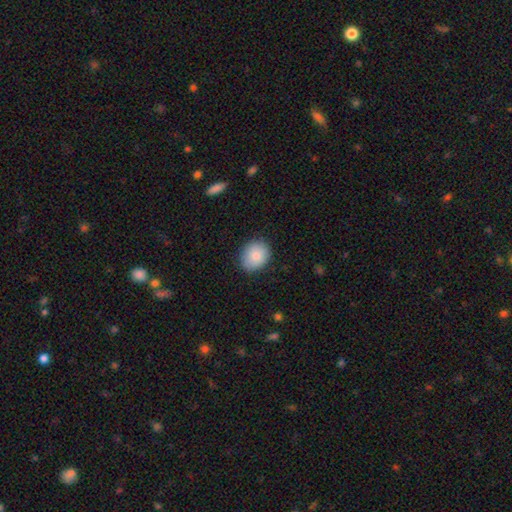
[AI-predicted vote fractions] Q: Smooth or featured?
A: smooth (84%); runner-up: featured or disk (8%)
Q: How rounded?
A: round (56%); runner-up: in between (43%)
Q: Merging?
A: none (86%); runner-up: minor disturbance (11%)